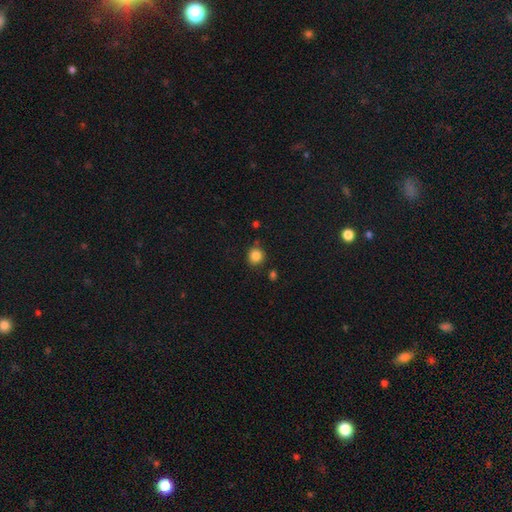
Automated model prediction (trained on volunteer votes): Smooth or featured?
  - smooth: 85% *
  - star or artifact: 11%
  - featured or disk: 4%
How rounded?
  - round: 89% *
  - in between: 10%
  - cigar-shaped: 1%
Merging?
  - none: 84% *
  - minor disturbance: 9%
  - merger: 4%
  - major disturbance: 3%